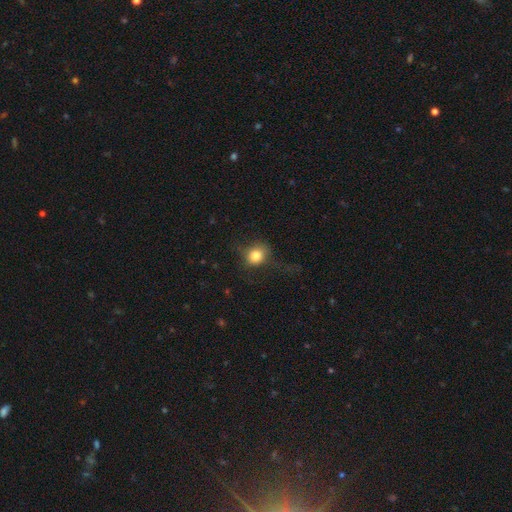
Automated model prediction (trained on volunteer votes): The model was most divided on "how rounded": round: 70%, in between: 28%, cigar-shaped: 1%. More confident: smooth or featured — smooth (79%); merging — none (63%).